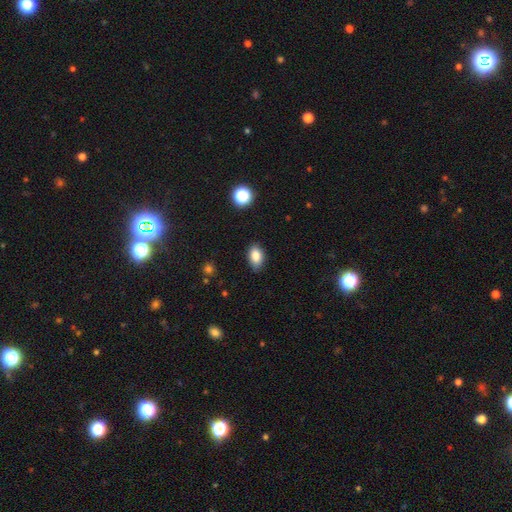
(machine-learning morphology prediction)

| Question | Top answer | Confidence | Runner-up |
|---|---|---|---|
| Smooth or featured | smooth | 85% | star or artifact (9%) |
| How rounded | in between | 88% | round (11%) |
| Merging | none | 83% | minor disturbance (13%) |